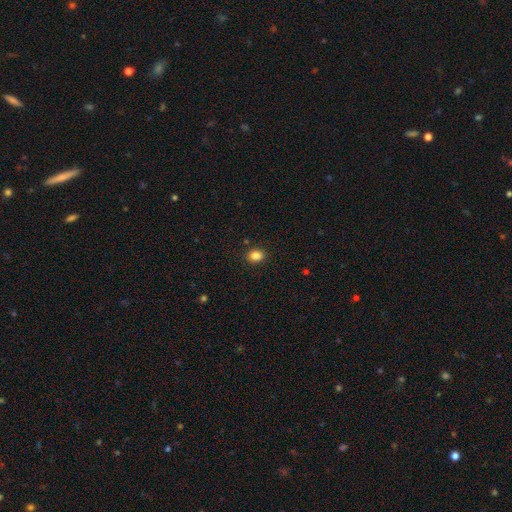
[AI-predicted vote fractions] Smooth or featured? Predicted: smooth (p=0.86). How rounded? Predicted: in between (p=0.51). Merging? Predicted: none (p=0.90).